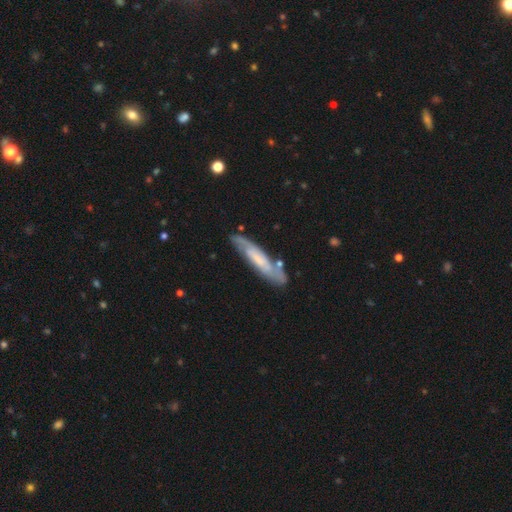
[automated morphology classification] Q: Smooth or featured?
A: featured or disk (57%); runner-up: smooth (35%)
Q: Edge-on disk?
A: yes (53%); runner-up: no (47%)
Q: Merging?
A: none (75%); runner-up: minor disturbance (17%)